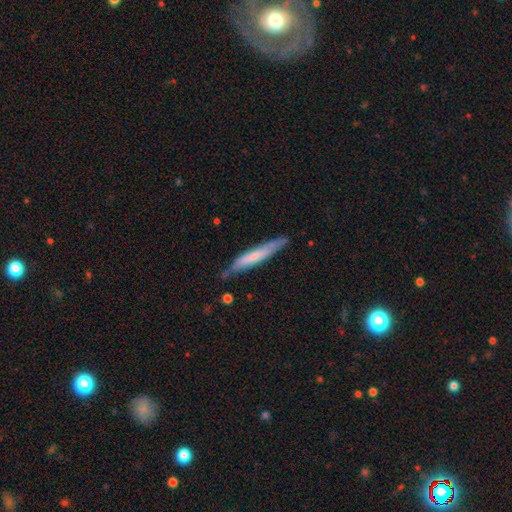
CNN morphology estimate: A smooth galaxy with no disk features (55%) that is cigar-shaped (94%).

Vote fractions:
- Smooth or featured? smooth: 55% / featured or disk: 39% / star or artifact: 6%
- How rounded? cigar-shaped: 94% / in between: 5% / round: 1%
- Merging? none: 76% / minor disturbance: 19% / major disturbance: 3% / merger: 2%